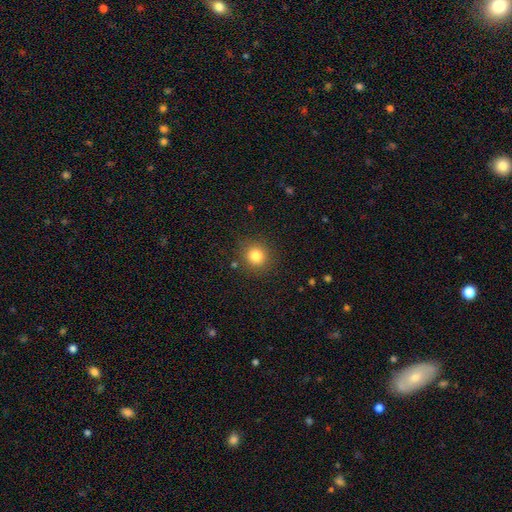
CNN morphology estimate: A smooth galaxy with no disk features (81%) that is round (92%). Merging: none (89%).